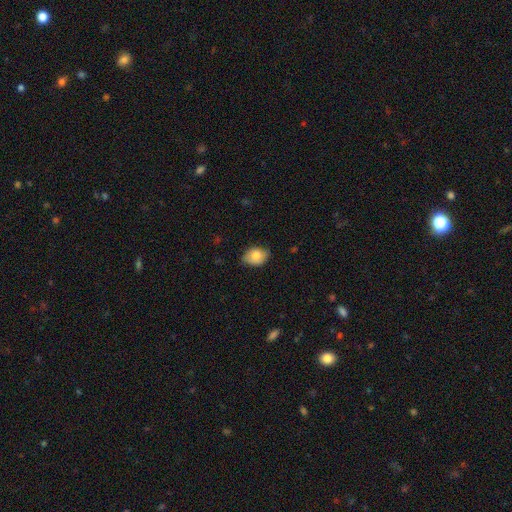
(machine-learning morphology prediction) Smooth or featured: smooth — 79% (featured or disk — 13%)
How rounded: in between — 70% (round — 29%)
Merging: none — 70% (minor disturbance — 25%)